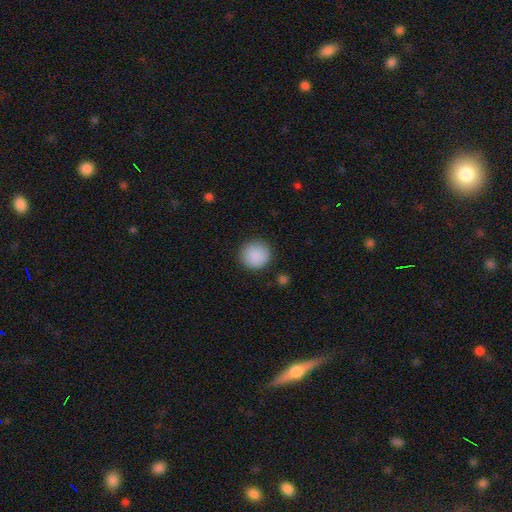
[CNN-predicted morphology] Smooth or featured?
  - smooth: 89% *
  - star or artifact: 8%
  - featured or disk: 3%
How rounded?
  - round: 93% *
  - in between: 6%
  - cigar-shaped: 1%
Merging?
  - none: 89% *
  - minor disturbance: 7%
  - major disturbance: 2%
  - merger: 1%